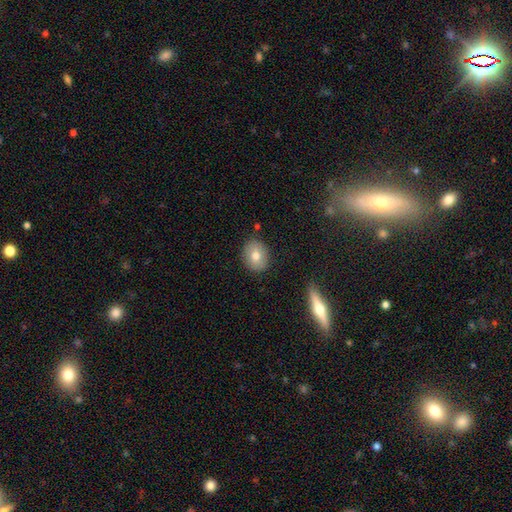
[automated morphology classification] Smooth or featured: smooth — 75% (featured or disk — 16%)
How rounded: round — 58% (in between — 41%)
Merging: none — 86% (minor disturbance — 10%)